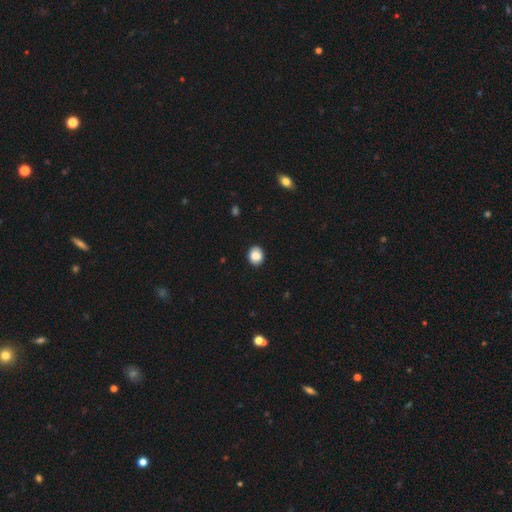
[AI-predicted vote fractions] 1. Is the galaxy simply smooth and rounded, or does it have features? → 85% smooth, 9% star or artifact, 7% featured or disk.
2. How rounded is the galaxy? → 62% round, 37% in between, 1% cigar-shaped.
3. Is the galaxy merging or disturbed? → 89% none, 8% minor disturbance, 2% major disturbance, 1% merger.